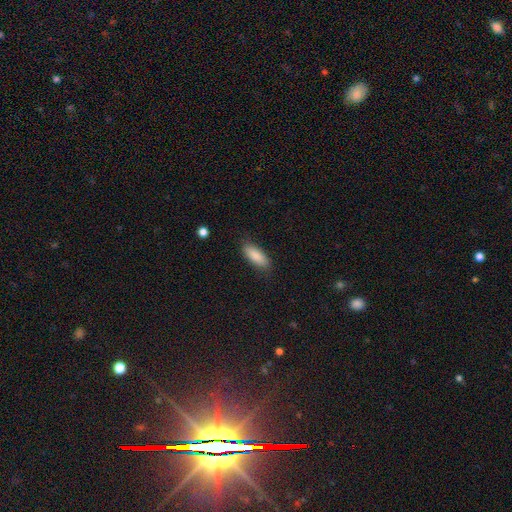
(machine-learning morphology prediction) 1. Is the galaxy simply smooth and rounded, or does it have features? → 88% smooth, 6% star or artifact, 6% featured or disk.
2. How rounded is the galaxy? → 69% in between, 29% cigar-shaped, 2% round.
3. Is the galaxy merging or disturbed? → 84% none, 12% minor disturbance, 3% major disturbance, 1% merger.